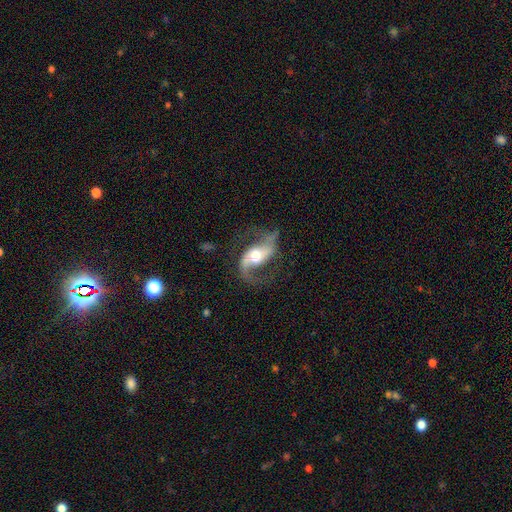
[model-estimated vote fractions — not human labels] Smooth or featured? Predicted: featured or disk (p=0.88). Edge-on disk? Predicted: no (p=0.96). Bar? Predicted: weak (p=0.38). Spiral arms? Predicted: yes (p=0.96). Spiral winding? Predicted: loose (p=0.59). Spiral arm count? Predicted: 2 (p=0.91). Bulge size? Predicted: moderate (p=0.63). Merging? Predicted: none (p=0.68).